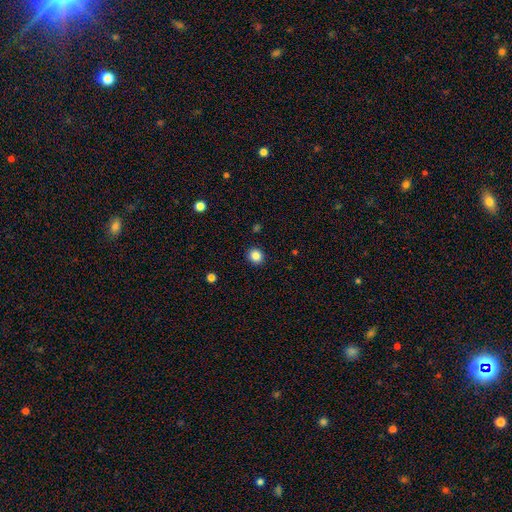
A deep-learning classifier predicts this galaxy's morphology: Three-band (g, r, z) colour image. It shows a smooth galaxy with no disk features (85%) that is round (87%). Merging: none (92%).